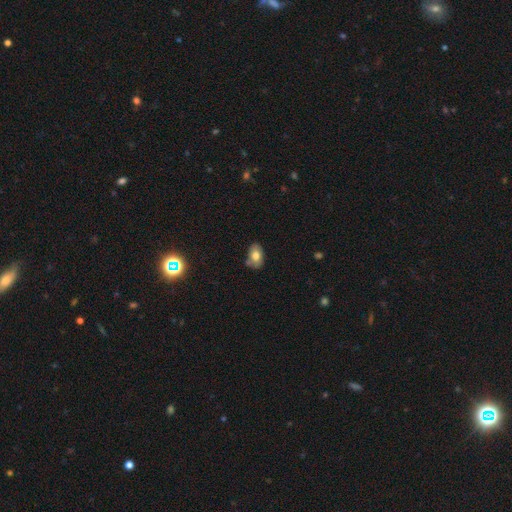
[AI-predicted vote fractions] Morphology: type=smooth (74%); roundness=in between (89%); merging=none (70%).